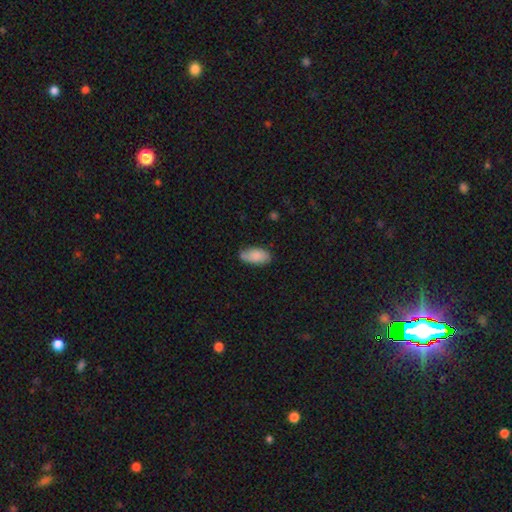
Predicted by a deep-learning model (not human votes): Morphology: type=smooth (82%); roundness=in between (93%); merging=none (65%).